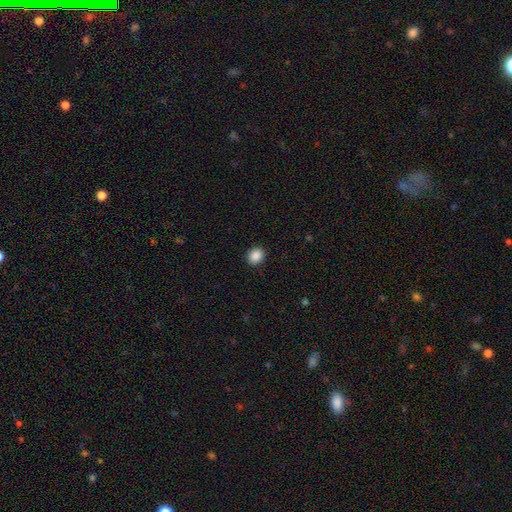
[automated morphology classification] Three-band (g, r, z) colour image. It shows a smooth galaxy with no disk features (88%) that is round (75%). Merging: none (92%).